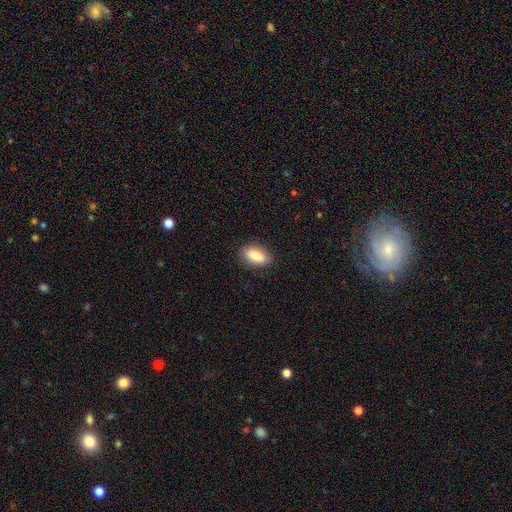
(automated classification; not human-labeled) Smooth or featured? Predicted: smooth (p=0.86). How rounded? Predicted: in between (p=0.89). Merging? Predicted: none (p=0.85).